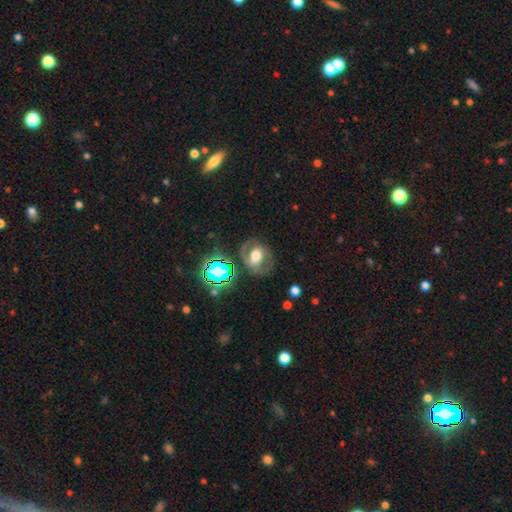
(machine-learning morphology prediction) Q: Smooth or featured?
A: featured or disk (57%); runner-up: smooth (30%)
Q: Edge-on disk?
A: no (95%); runner-up: yes (5%)
Q: Bar?
A: no (36%); runner-up: weak (34%)
Q: Spiral arms?
A: yes (62%); runner-up: no (38%)
Q: Bulge size?
A: moderate (53%); runner-up: large (30%)
Q: Merging?
A: none (69%); runner-up: minor disturbance (16%)